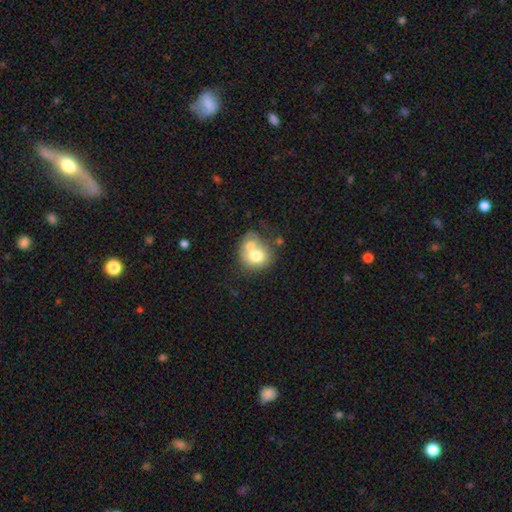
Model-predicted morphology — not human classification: type=smooth (68%); roundness=round (65%); merging=merger (60%).